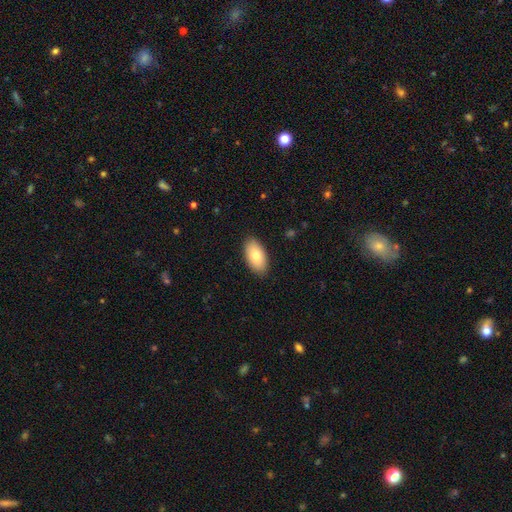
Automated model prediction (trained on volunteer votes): A smooth galaxy with no disk features (78%) that is in between round and cigar-shaped (94%). Merging: none (88%).